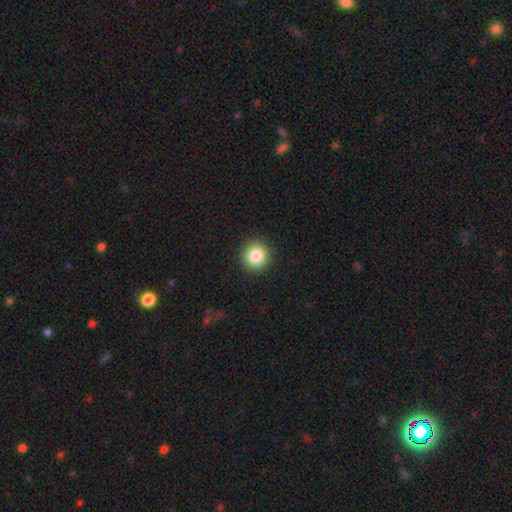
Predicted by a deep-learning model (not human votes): Smooth or featured?
  - smooth: 85% *
  - star or artifact: 10%
  - featured or disk: 6%
How rounded?
  - round: 94% *
  - in between: 5%
  - cigar-shaped: 1%
Merging?
  - none: 92% *
  - minor disturbance: 5%
  - major disturbance: 2%
  - merger: 1%